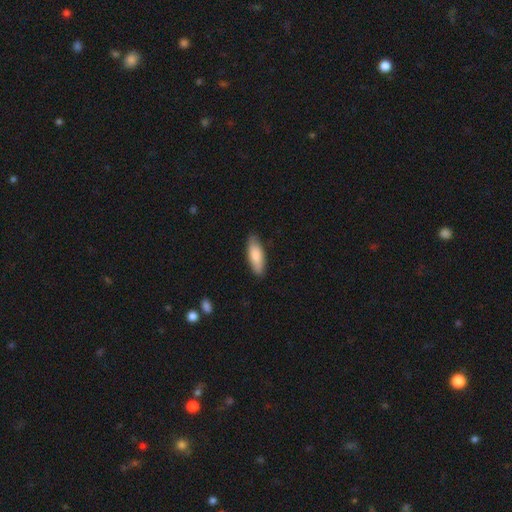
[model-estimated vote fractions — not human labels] A smooth galaxy with no disk features (83%) that is in between round and cigar-shaped (65%).

Vote fractions:
- Smooth or featured? smooth: 83% / featured or disk: 12% / star or artifact: 5%
- How rounded? in between: 65% / cigar-shaped: 34% / round: 2%
- Merging? none: 84% / minor disturbance: 12% / major disturbance: 2% / merger: 1%